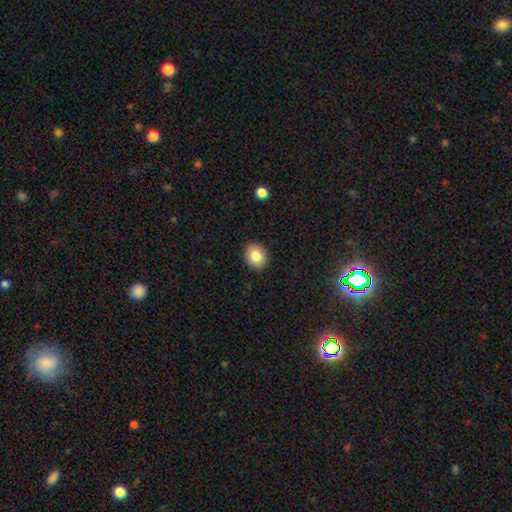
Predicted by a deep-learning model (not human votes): This appears to be a smooth galaxy with no disk features (83%) that is round (66%). Merging: none (90%).